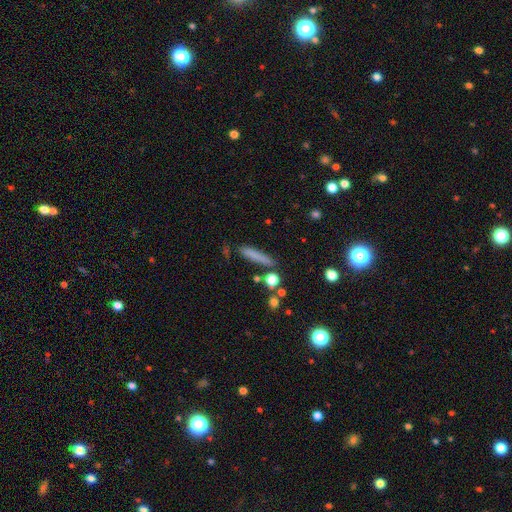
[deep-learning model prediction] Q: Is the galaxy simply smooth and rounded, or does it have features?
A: smooth — 74%.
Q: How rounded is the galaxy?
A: cigar-shaped — 88%.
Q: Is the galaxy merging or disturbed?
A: none — 76%.